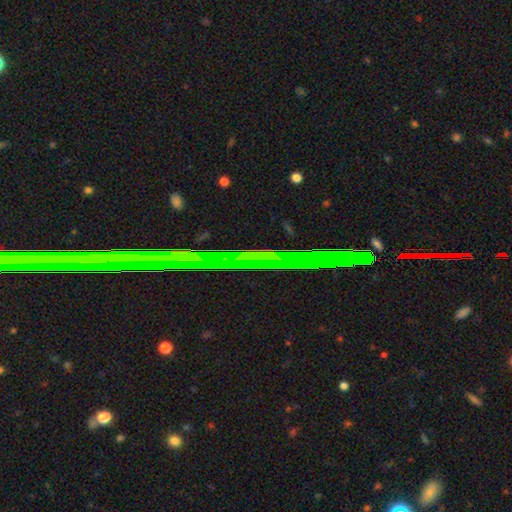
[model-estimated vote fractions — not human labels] Q: Smooth or featured?
A: star or artifact (59%); runner-up: featured or disk (27%)